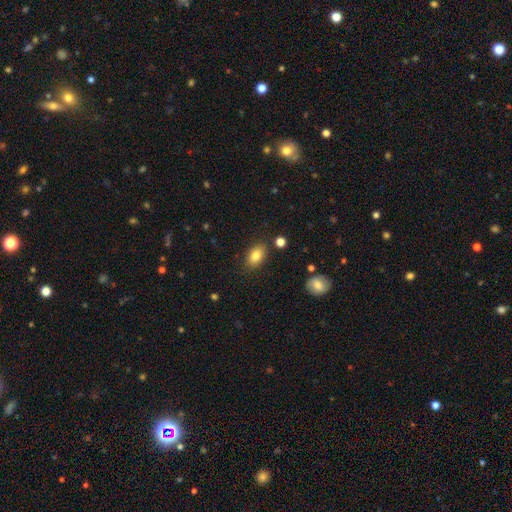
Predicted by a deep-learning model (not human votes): This is clearly a smooth galaxy (82%). How rounded: clearly in between (87%). Merging: clearly none (84%).